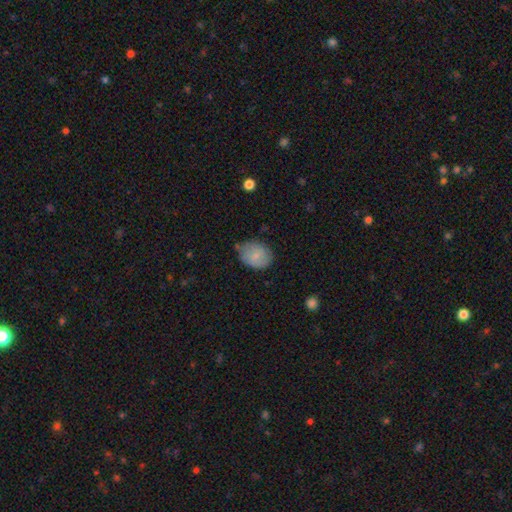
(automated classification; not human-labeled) Smooth or featured? Predicted: smooth (p=0.79). How rounded? Predicted: in between (p=0.61). Merging? Predicted: none (p=0.60).